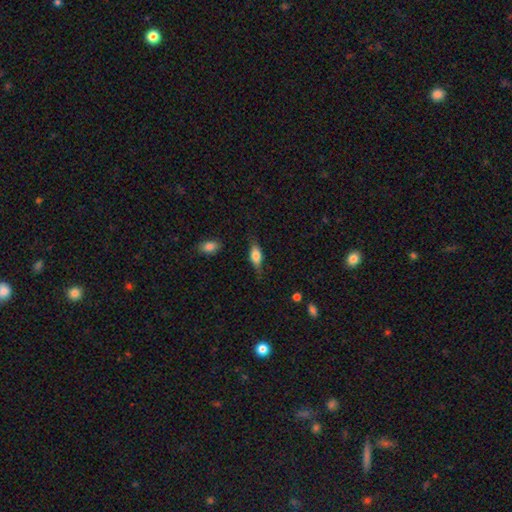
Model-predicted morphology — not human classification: Overall: smooth (70%). How rounded: in between (78%). Merging: none (70%).